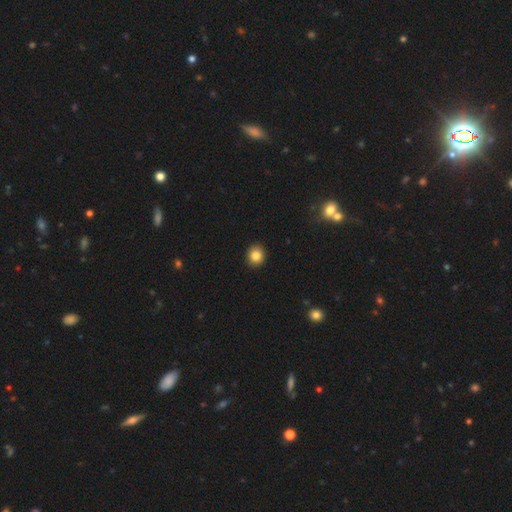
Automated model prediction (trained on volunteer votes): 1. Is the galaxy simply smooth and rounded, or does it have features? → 85% smooth, 10% star or artifact, 6% featured or disk.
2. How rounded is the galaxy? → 80% round, 19% in between, 1% cigar-shaped.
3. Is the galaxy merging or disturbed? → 91% none, 6% minor disturbance, 2% major disturbance, 1% merger.